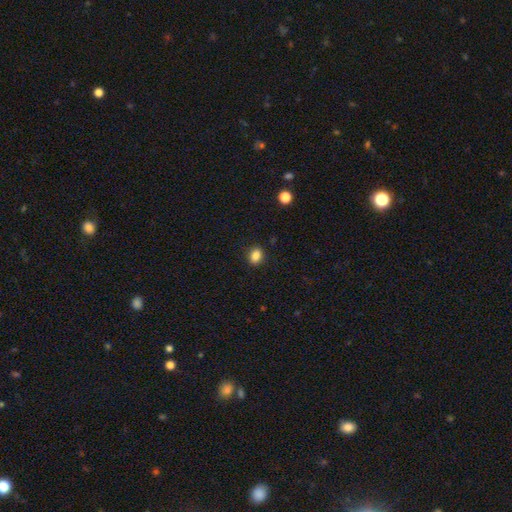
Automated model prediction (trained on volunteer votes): smooth 86%, star or artifact 10%, featured or disk 4%. Down the decision tree: how rounded — in between (66%); merging — none (89%).